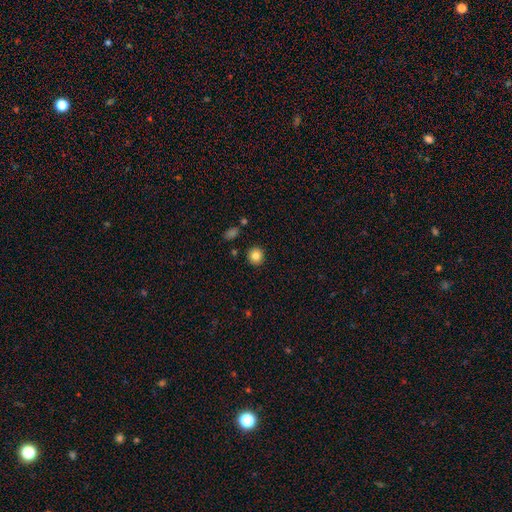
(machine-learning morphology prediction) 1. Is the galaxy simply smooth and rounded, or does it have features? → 84% smooth, 10% star or artifact, 6% featured or disk.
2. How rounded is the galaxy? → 93% round, 6% in between, 1% cigar-shaped.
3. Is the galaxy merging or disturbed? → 90% none, 6% minor disturbance, 2% merger, 2% major disturbance.